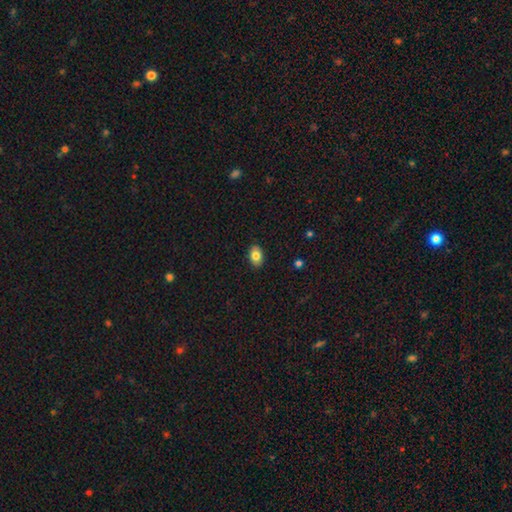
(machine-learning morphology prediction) smooth-or-featured: smooth: 83% | featured or disk: 10% | star or artifact: 8%
  how-rounded: in between: 88% | round: 11% | cigar-shaped: 1%
  merging: none: 90% | minor disturbance: 8% | major disturbance: 2% | merger: 1%